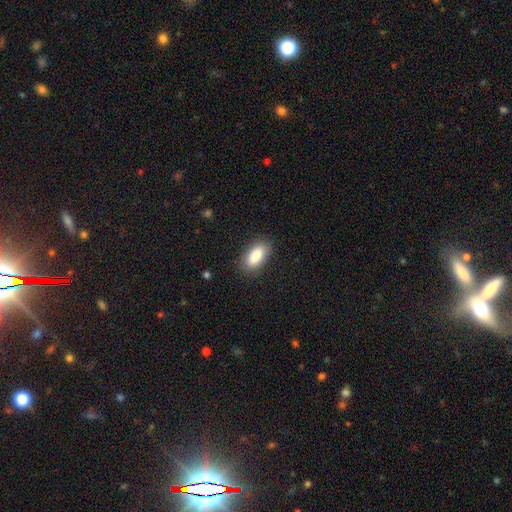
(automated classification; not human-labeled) smooth-or-featured: smooth: 86% | featured or disk: 7% | star or artifact: 7%
  how-rounded: in between: 89% | cigar-shaped: 8% | round: 3%
  merging: none: 86% | minor disturbance: 10% | major disturbance: 3% | merger: 1%